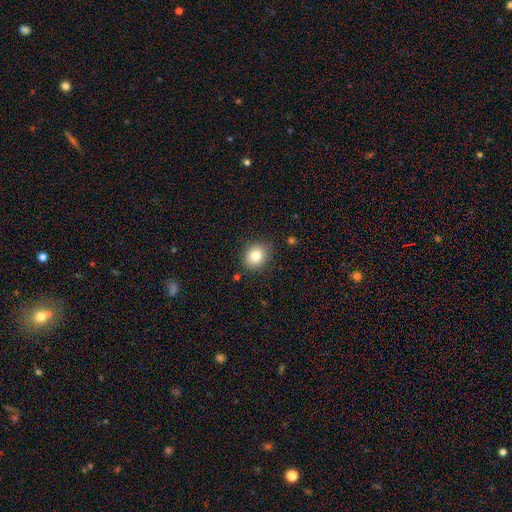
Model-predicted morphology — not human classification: Smooth or featured? Predicted: smooth (p=0.82). How rounded? Predicted: round (p=0.65). Merging? Predicted: none (p=0.84).